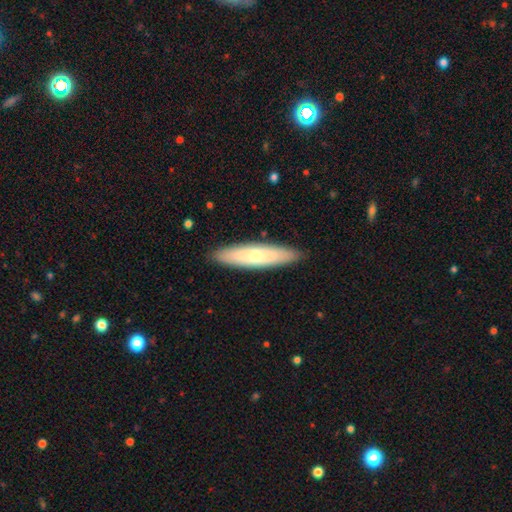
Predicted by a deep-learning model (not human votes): A smooth galaxy with no disk features (59%) that is cigar-shaped (78%). Merging: none (90%).